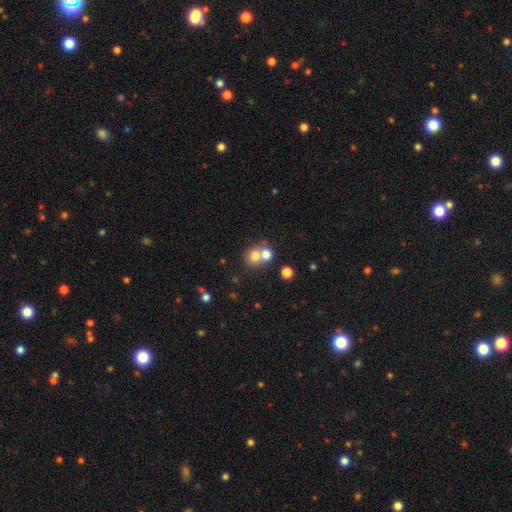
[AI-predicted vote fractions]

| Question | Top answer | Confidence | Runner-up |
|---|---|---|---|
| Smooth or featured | smooth | 71% | featured or disk (16%) |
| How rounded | round | 76% | in between (23%) |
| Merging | merger | 51% | none (39%) |